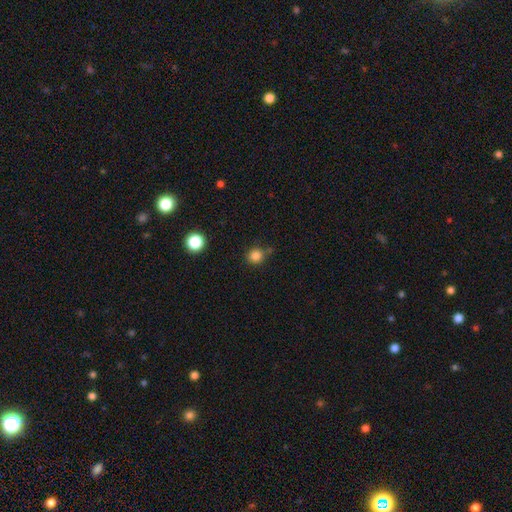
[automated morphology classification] Smooth or featured? Predicted: smooth (p=0.84). How rounded? Predicted: round (p=0.89). Merging? Predicted: none (p=0.77).